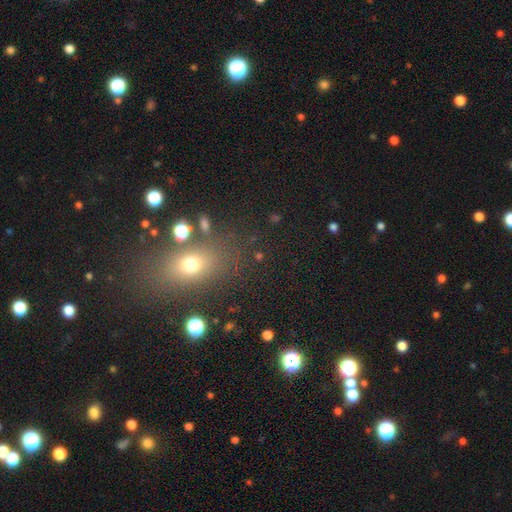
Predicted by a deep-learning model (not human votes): Smooth or featured? smooth (55%)
How rounded? in between (61%)
Merging? none (81%)